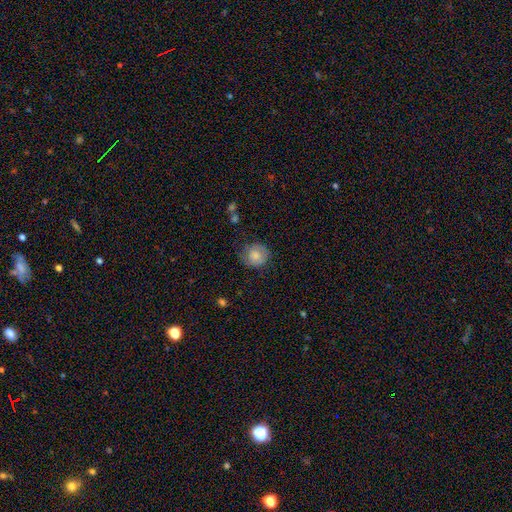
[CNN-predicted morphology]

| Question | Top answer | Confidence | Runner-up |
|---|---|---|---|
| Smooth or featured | smooth | 72% | featured or disk (20%) |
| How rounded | round | 82% | in between (17%) |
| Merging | none | 67% | minor disturbance (24%) |